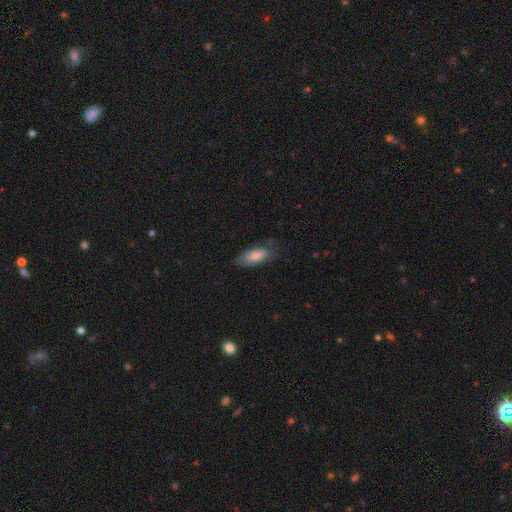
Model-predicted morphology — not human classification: This appears to be a smooth galaxy with no disk features (76%) that is in between round and cigar-shaped (83%). Merging: none (64%).